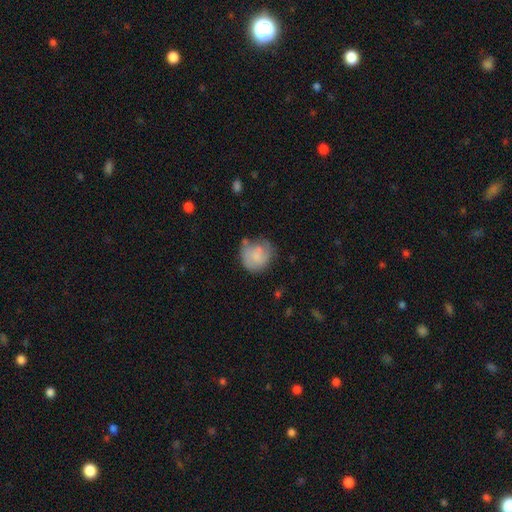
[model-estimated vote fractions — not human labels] Morphology: type=smooth (65%); roundness=round (81%); merging=none (52%).